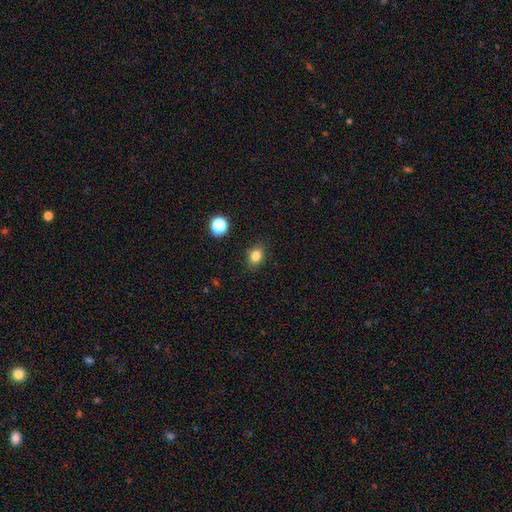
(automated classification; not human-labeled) Q: Smooth or featured?
A: smooth (82%); runner-up: star or artifact (12%)
Q: How rounded?
A: in between (59%); runner-up: round (40%)
Q: Merging?
A: none (85%); runner-up: minor disturbance (11%)